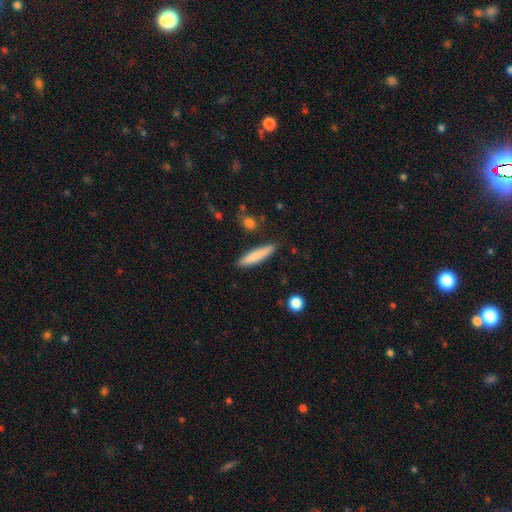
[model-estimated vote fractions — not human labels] A smooth galaxy with no disk features (79%) that is cigar-shaped (85%).

Vote fractions:
- Smooth or featured? smooth: 79% / featured or disk: 15% / star or artifact: 6%
- How rounded? cigar-shaped: 85% / in between: 13% / round: 2%
- Merging? none: 85% / minor disturbance: 10% / major disturbance: 2% / merger: 2%